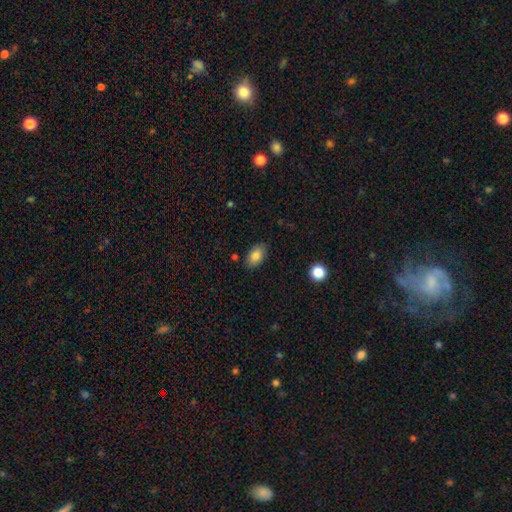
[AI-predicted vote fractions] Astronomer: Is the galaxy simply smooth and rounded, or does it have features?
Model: smooth — 83%.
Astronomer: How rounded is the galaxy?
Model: in between — 91%.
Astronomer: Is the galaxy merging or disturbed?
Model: none — 83%.